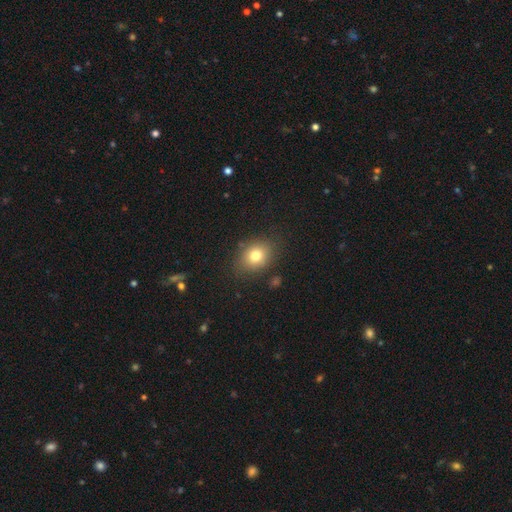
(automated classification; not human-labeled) Q: Smooth or featured?
A: smooth (77%); runner-up: featured or disk (11%)
Q: How rounded?
A: in between (53%); runner-up: round (46%)
Q: Merging?
A: none (81%); runner-up: minor disturbance (13%)